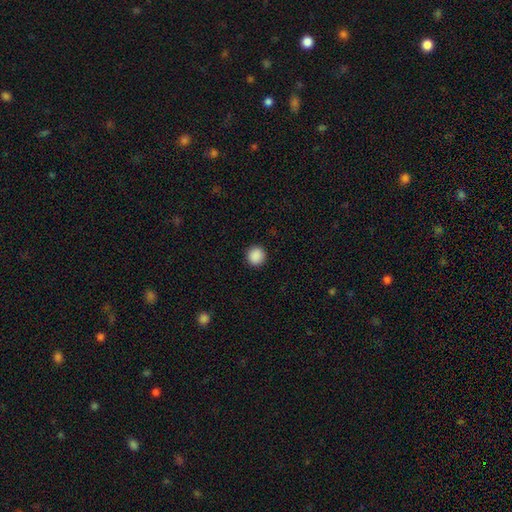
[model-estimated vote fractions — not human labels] A smooth galaxy with no disk features (89%) that is round (94%). Merging: none (93%).